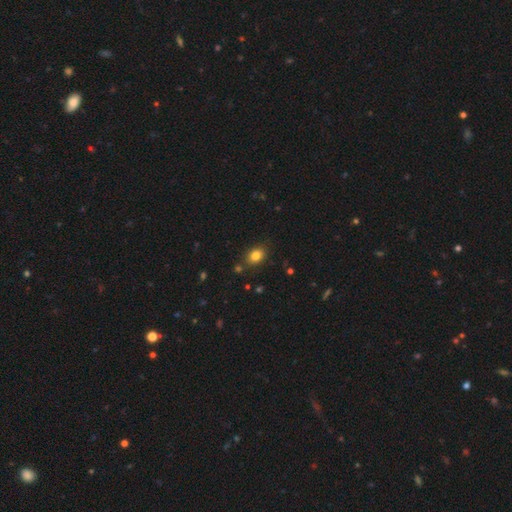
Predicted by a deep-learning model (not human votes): Smooth or featured? smooth (82%)
How rounded? in between (68%)
Merging? none (82%)